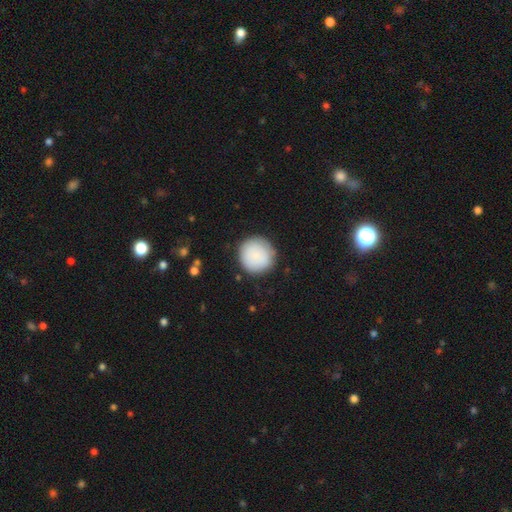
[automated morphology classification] A smooth galaxy with no disk features (87%) that is round (94%).

Vote fractions:
- Smooth or featured? smooth: 87% / featured or disk: 7% / star or artifact: 6%
- How rounded? round: 94% / in between: 5% / cigar-shaped: 1%
- Merging? none: 84% / minor disturbance: 11% / major disturbance: 3% / merger: 2%